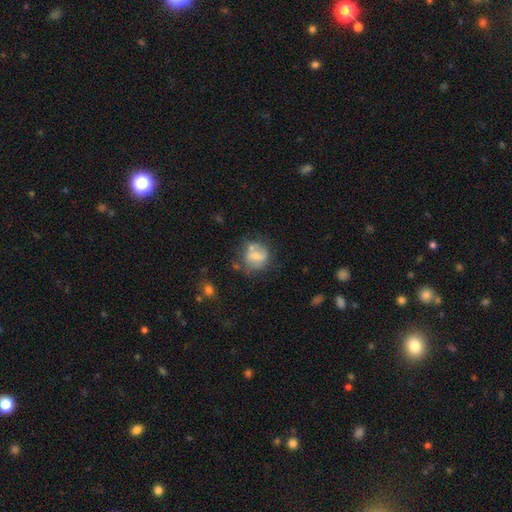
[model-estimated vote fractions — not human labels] A smooth galaxy with no disk features (48%).

Vote fractions:
- Smooth or featured? smooth: 48% / featured or disk: 43% / star or artifact: 9%
- Merging? none: 50% / minor disturbance: 22% / merger: 17% / major disturbance: 12%